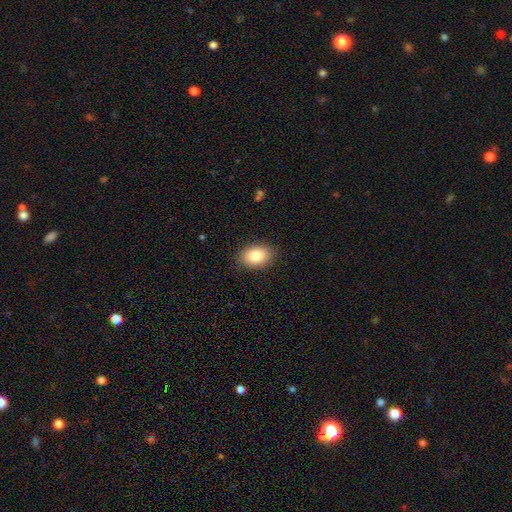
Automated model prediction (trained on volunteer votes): smooth_or_featured: smooth (p=0.84) [alt: featured or disk p=0.08]
how_rounded: in between (p=0.84) [alt: round p=0.15]
merging: none (p=0.88) [alt: minor disturbance p=0.09]